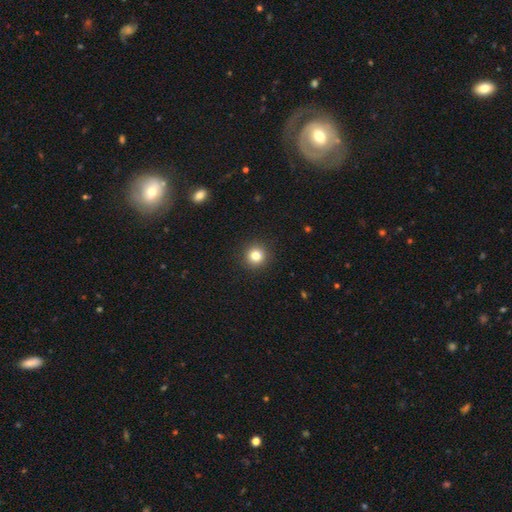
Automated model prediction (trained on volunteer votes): Smooth or featured: smooth — 81% (star or artifact — 12%)
How rounded: round — 94% (in between — 5%)
Merging: none — 92% (minor disturbance — 5%)